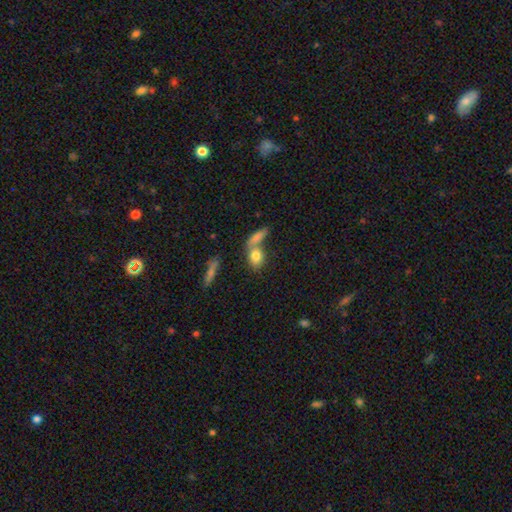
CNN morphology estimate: smooth_or_featured: smooth (p=0.79) [alt: featured or disk p=0.13]
how_rounded: in between (p=0.65) [alt: round p=0.27]
merging: none (p=0.43) [alt: merger p=0.42]